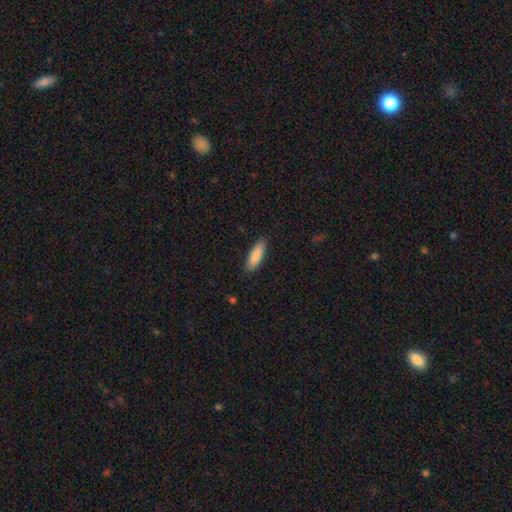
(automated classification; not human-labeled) Smooth or featured? smooth (87%)
How rounded? cigar-shaped (51%)
Merging? none (87%)